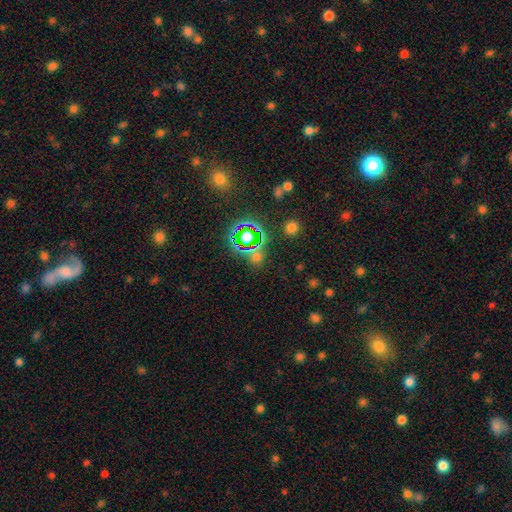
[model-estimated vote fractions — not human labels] Q: Smooth or featured?
A: star or artifact (70%); runner-up: smooth (23%)